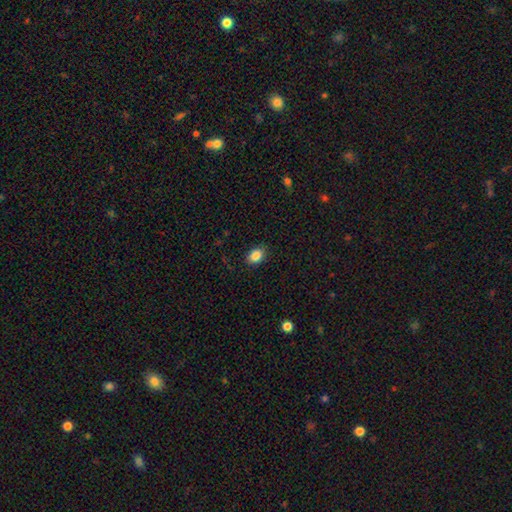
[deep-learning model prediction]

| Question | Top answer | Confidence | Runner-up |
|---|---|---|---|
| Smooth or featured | smooth | 87% | star or artifact (9%) |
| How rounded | in between | 75% | round (24%) |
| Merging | none | 86% | minor disturbance (10%) |